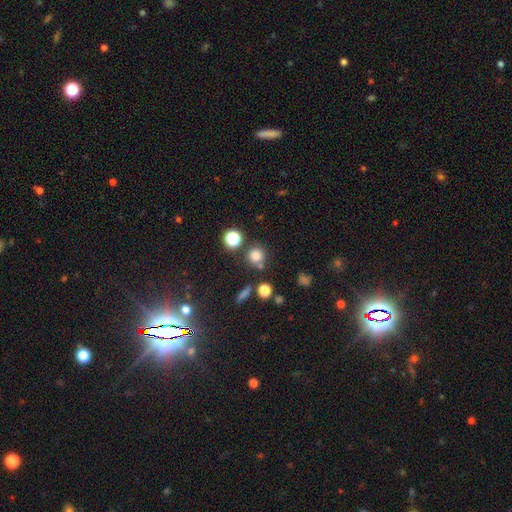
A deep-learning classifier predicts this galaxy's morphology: A smooth galaxy with no disk features (76%) that is round (91%).

Vote fractions:
- Smooth or featured? smooth: 76% / star or artifact: 16% / featured or disk: 7%
- How rounded? round: 91% / in between: 8% / cigar-shaped: 1%
- Merging? none: 73% / merger: 14% / minor disturbance: 10% / major disturbance: 4%